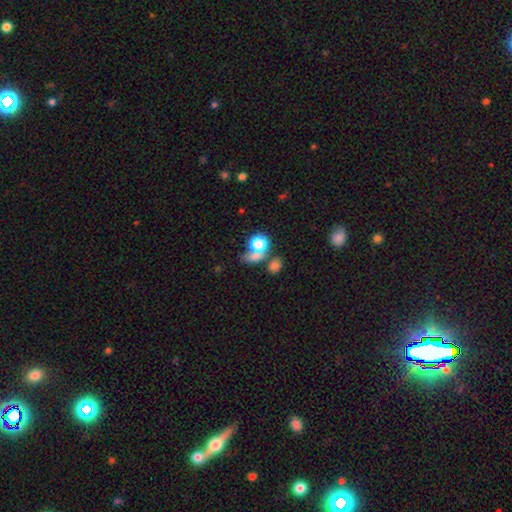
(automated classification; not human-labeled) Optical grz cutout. It shows a smooth galaxy with no disk features (70%) that is round (53%). Merging: none (40%).